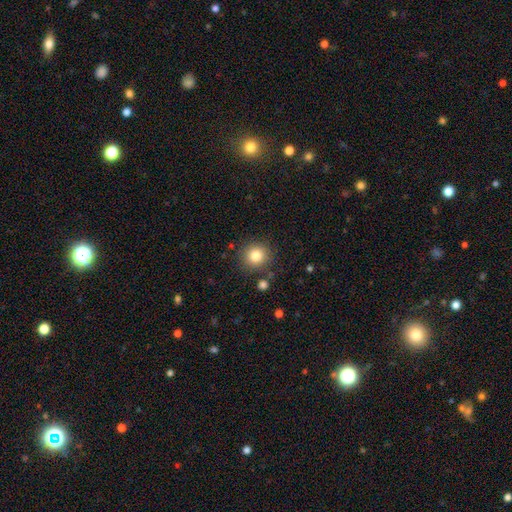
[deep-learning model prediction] Overall: smooth (83%). How rounded: round (91%). Merging: none (85%).